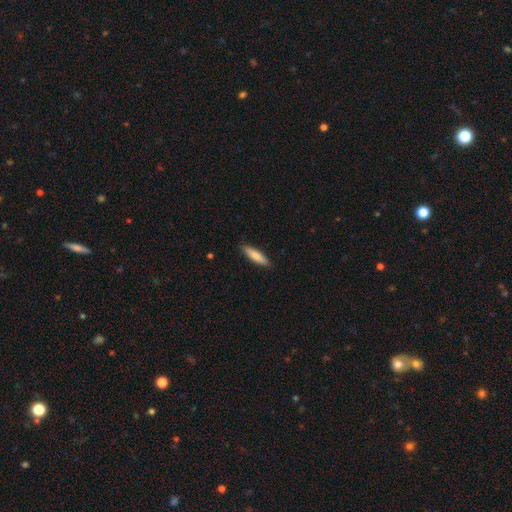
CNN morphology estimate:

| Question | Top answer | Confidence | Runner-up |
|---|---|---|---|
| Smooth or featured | smooth | 77% | featured or disk (17%) |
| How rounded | cigar-shaped | 74% | in between (25%) |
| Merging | none | 89% | minor disturbance (9%) |